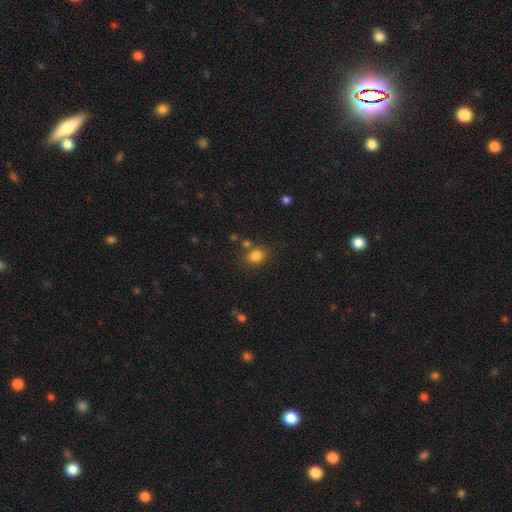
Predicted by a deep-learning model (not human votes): This appears to be a smooth galaxy with no disk features (82%) that is round (60%). Merging: none (73%).